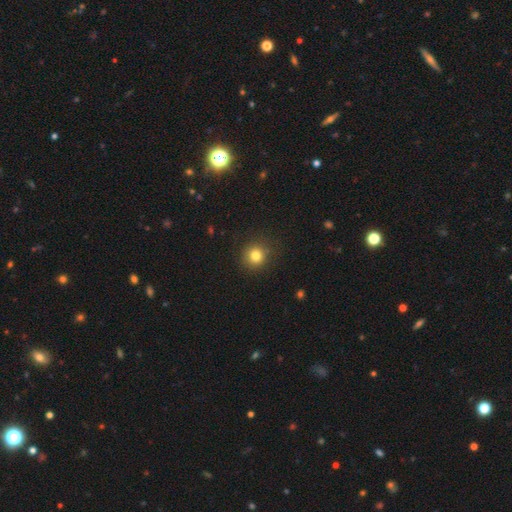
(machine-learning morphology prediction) Smooth or featured? smooth (81%)
How rounded? round (91%)
Merging? none (86%)